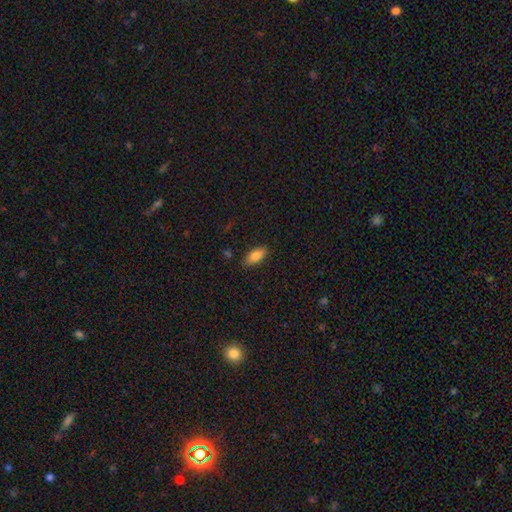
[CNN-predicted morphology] smooth-or-featured: smooth: 82% | featured or disk: 11% | star or artifact: 8%
  how-rounded: in between: 87% | cigar-shaped: 11% | round: 3%
  merging: none: 85% | minor disturbance: 11% | major disturbance: 2% | merger: 1%